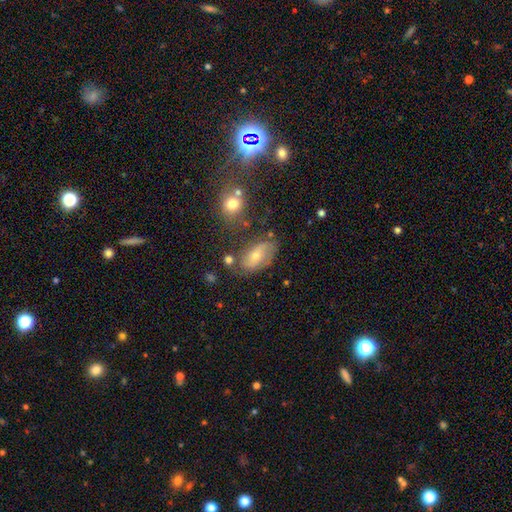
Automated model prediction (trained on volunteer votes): smooth-or-featured: smooth: 46% | featured or disk: 43% | star or artifact: 11%
  merging: none: 61% | minor disturbance: 23% | major disturbance: 9% | merger: 7%